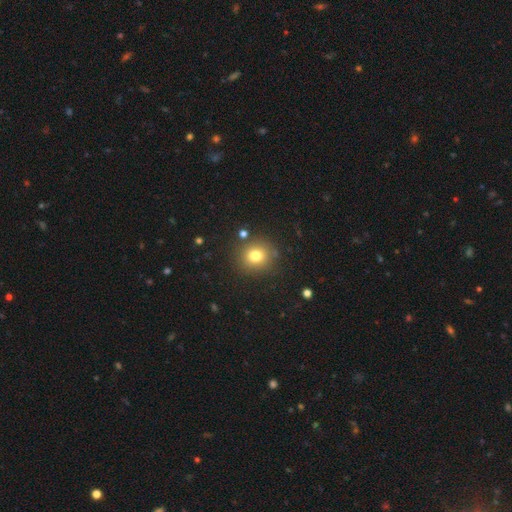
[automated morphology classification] Smooth or featured? smooth (77%)
How rounded? round (87%)
Merging? none (85%)